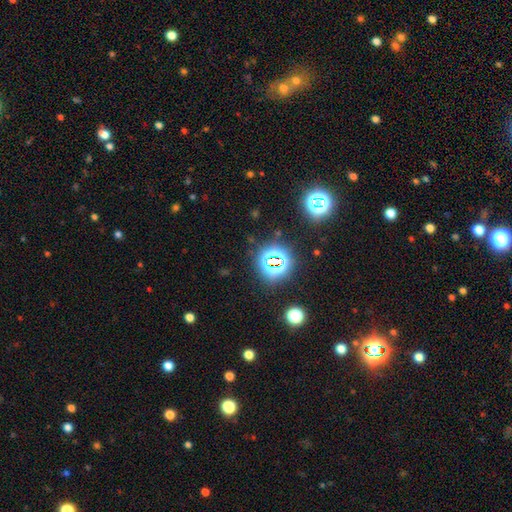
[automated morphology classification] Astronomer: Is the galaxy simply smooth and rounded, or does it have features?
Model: star or artifact — 79%.